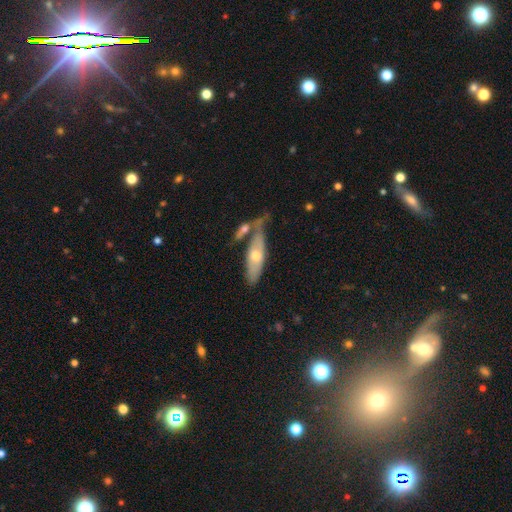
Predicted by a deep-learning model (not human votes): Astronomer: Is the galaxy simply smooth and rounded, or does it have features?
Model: smooth — 48% (runner-up: featured or disk, 47%).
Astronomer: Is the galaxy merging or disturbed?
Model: none — 46% (runner-up: merger, 25%).